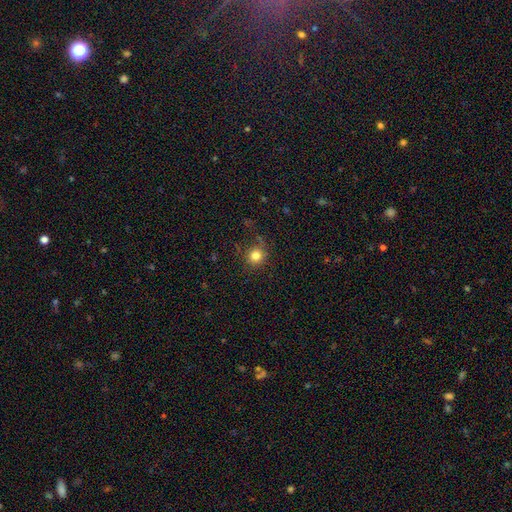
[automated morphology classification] This is clearly a smooth galaxy (81%). How rounded: clearly round (90%). Merging: likely none (80%).